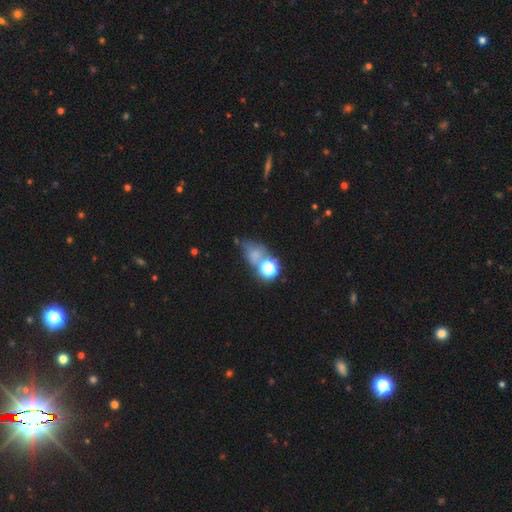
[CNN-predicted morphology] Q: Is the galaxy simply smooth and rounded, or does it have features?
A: smooth — 59%.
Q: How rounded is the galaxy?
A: in between — 57%.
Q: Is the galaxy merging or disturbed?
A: none — 38%.